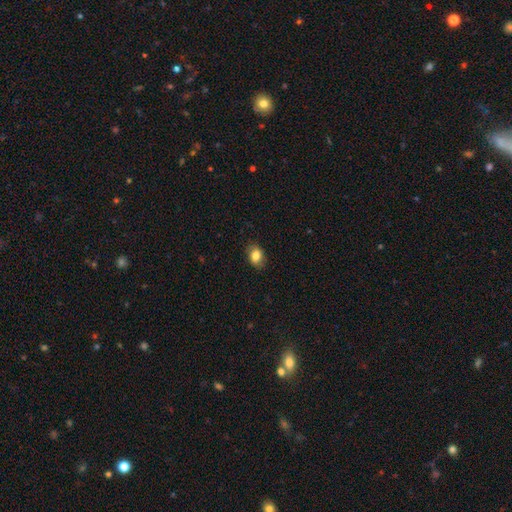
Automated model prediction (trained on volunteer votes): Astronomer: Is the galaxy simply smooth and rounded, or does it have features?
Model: smooth — 83%.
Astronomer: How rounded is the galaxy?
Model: in between — 71%.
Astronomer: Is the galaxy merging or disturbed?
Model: none — 84%.